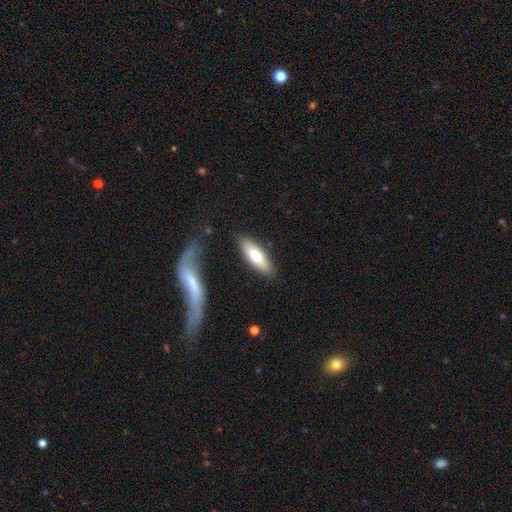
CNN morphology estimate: The model was most divided on "how rounded": in between: 61%, cigar-shaped: 38%, round: 2%. More confident: merging — none (82%); smooth or featured — smooth (76%).